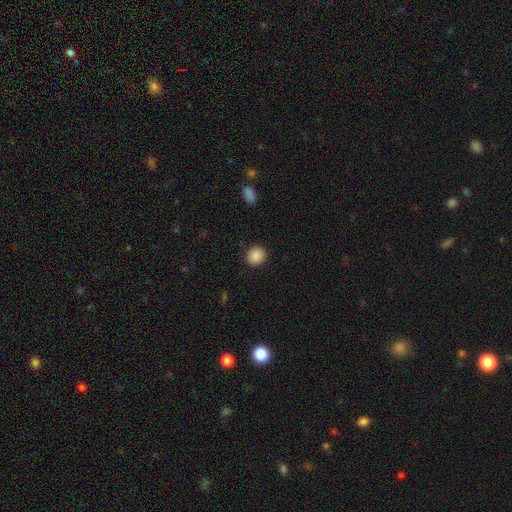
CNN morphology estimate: This is clearly a smooth galaxy (88%). How rounded: clearly round (86%). Merging: clearly none (91%).